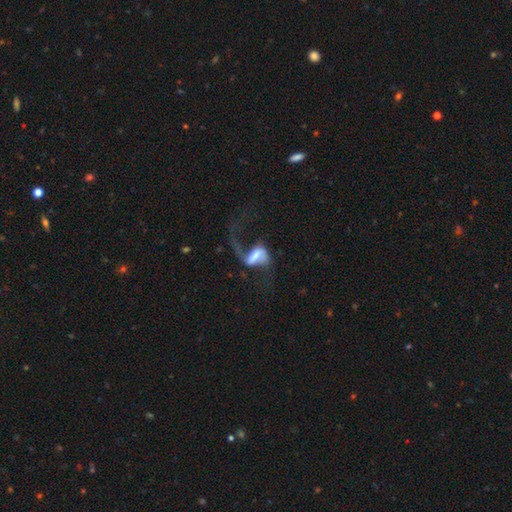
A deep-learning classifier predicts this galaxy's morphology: This is likely a featured or disk galaxy (67%). It is clearly not viewed edge-on (94%). Bar: possibly strong (48%). Spiral arm pattern: clearly yes (82%). Spiral arm count: likely 2 (68%). Spiral winding: clearly loose (86%). Central bulge: marginally moderate (29%). Merging: possibly major disturbance (49%).